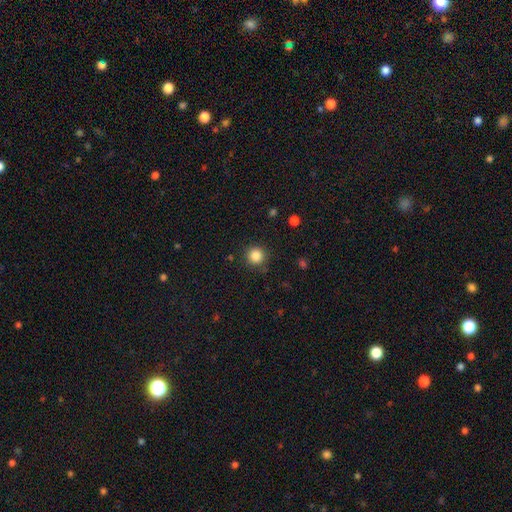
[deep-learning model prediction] Smooth or featured? smooth (85%)
How rounded? round (94%)
Merging? none (89%)